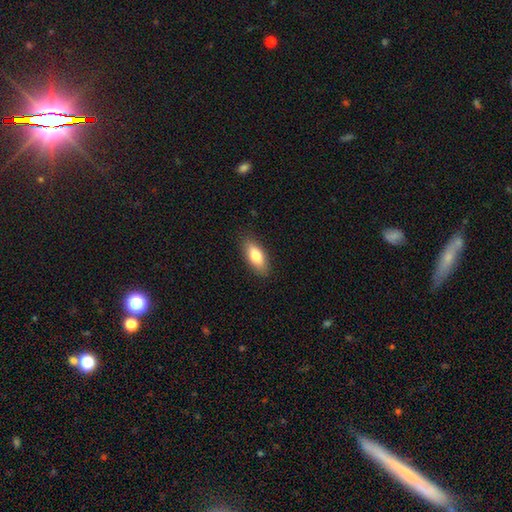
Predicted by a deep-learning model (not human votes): Morphology: type=smooth (81%); roundness=in between (81%); merging=none (86%).